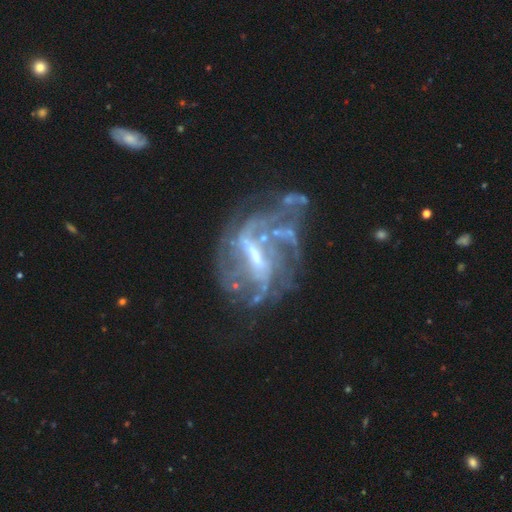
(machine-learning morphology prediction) featured or disk 86%, star or artifact 9%, smooth 5%. Down the decision tree: edge-on disk — no (97%); bar — strong (43%); spiral arms — yes (86%); spiral arm count — can't tell (35%); spiral winding — medium (42%); bulge size — small (43%); merging — none (45%).